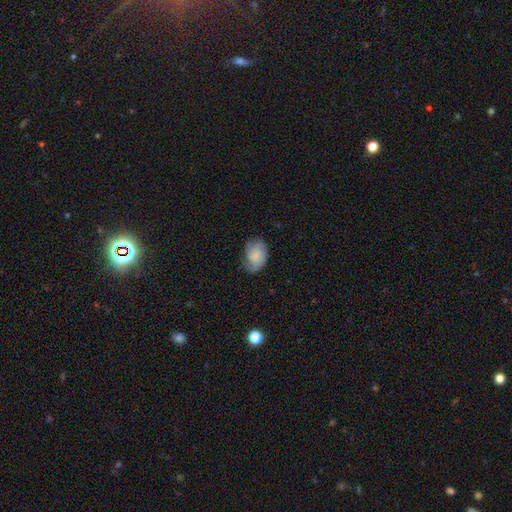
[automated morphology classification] type=smooth (67%); roundness=in between (81%); merging=none (61%).